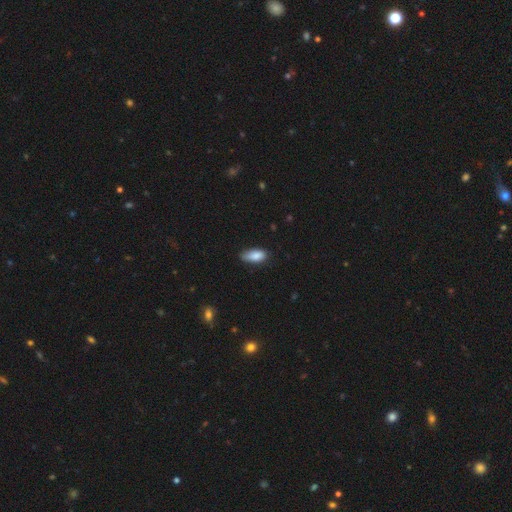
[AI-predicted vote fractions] smooth-or-featured: smooth: 86% | featured or disk: 7% | star or artifact: 7%
  how-rounded: in between: 86% | cigar-shaped: 11% | round: 2%
  merging: none: 63% | minor disturbance: 31% | major disturbance: 5% | merger: 2%